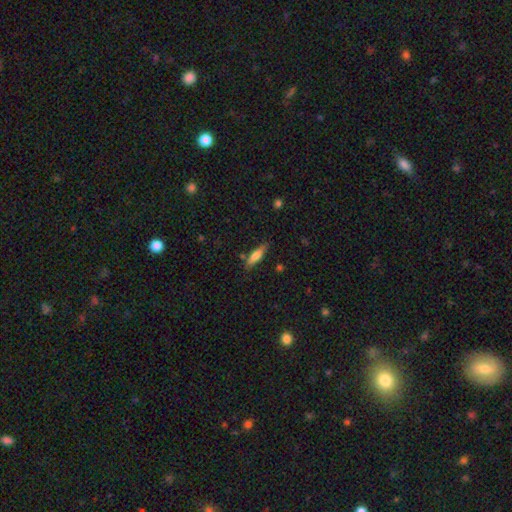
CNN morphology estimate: A smooth galaxy with no disk features (64%) that is cigar-shaped (70%).

Vote fractions:
- Smooth or featured? smooth: 64% / featured or disk: 29% / star or artifact: 7%
- How rounded? cigar-shaped: 70% / in between: 28% / round: 2%
- Merging? none: 78% / minor disturbance: 15% / merger: 4% / major disturbance: 3%